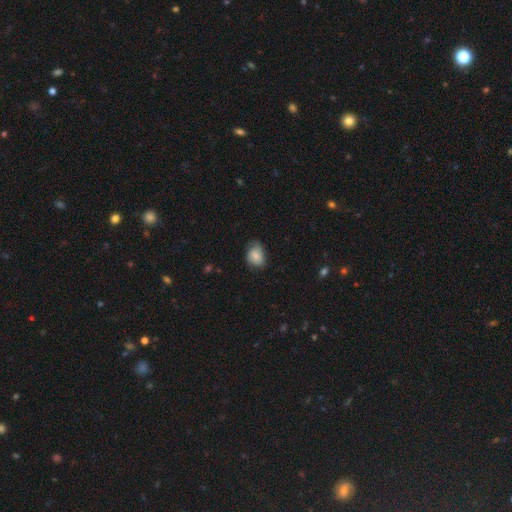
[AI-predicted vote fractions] Smooth or featured? smooth (78%)
How rounded? in between (64%)
Merging? none (54%)